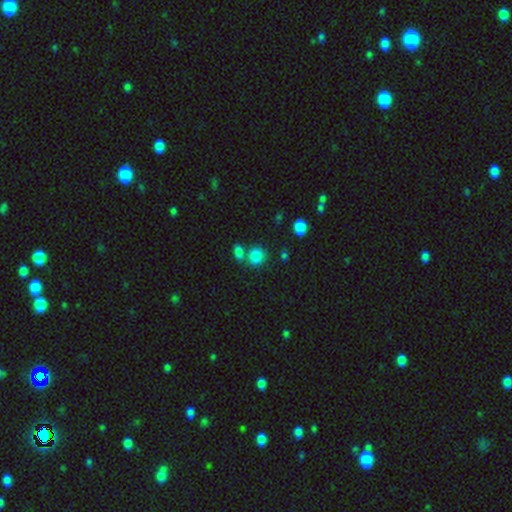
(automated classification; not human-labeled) This is clearly a smooth galaxy (83%). How rounded: likely round (69%). Merging: possibly none (55%).